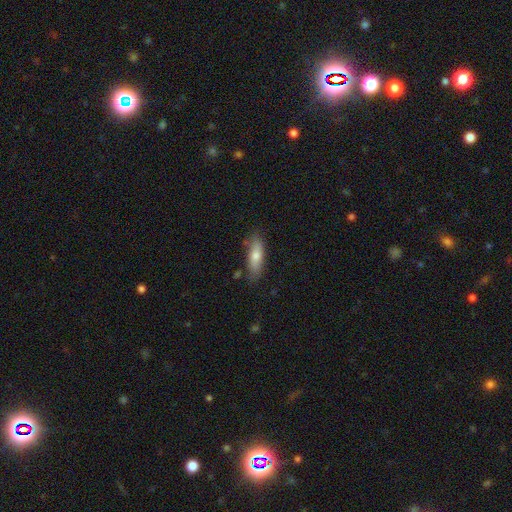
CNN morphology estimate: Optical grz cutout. It shows a smooth galaxy with no disk features (71%) that is in between round and cigar-shaped (49%, tied with cigar-shaped). Merging: none (78%).